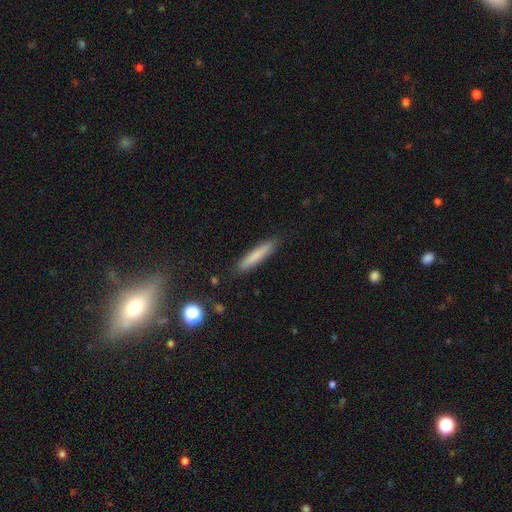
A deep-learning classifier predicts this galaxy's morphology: This is likely a smooth galaxy (77%). How rounded: clearly cigar-shaped (91%). Merging: clearly none (88%).